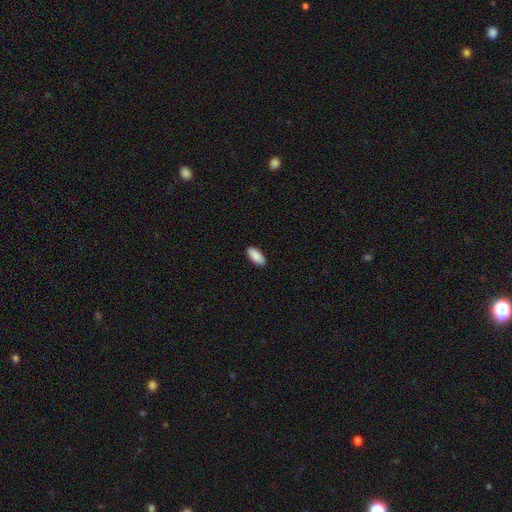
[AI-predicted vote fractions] Smooth or featured?
  - smooth: 91% *
  - star or artifact: 6%
  - featured or disk: 4%
How rounded?
  - in between: 88% *
  - cigar-shaped: 11%
  - round: 2%
Merging?
  - none: 90% *
  - minor disturbance: 8%
  - major disturbance: 2%
  - merger: 1%